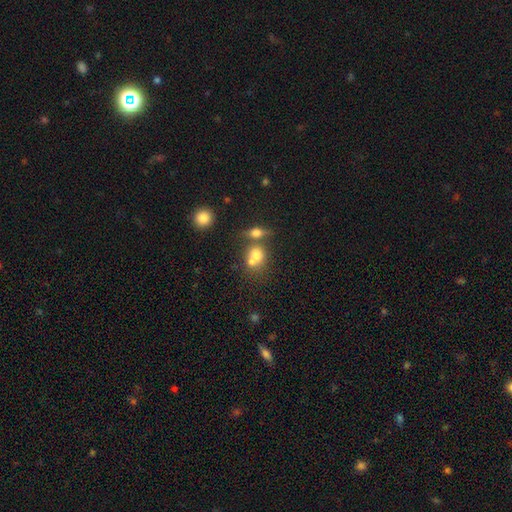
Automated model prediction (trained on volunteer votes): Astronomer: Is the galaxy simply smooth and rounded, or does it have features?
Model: smooth — 70%.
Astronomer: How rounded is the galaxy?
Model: round — 58% (runner-up: in between, 40%).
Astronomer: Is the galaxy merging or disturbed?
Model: merger — 55% (runner-up: none, 30%).